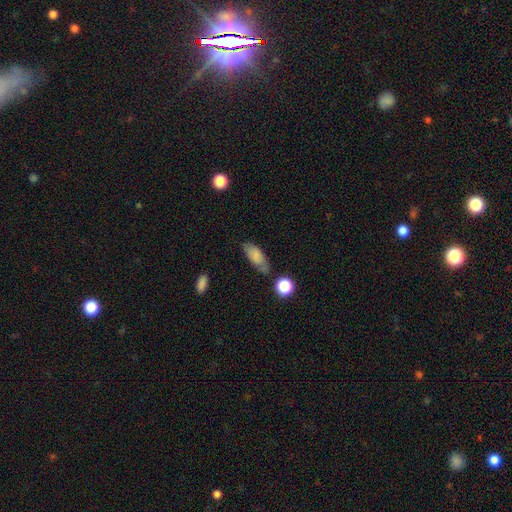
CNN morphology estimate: This is likely a smooth galaxy (78%). How rounded: likely in between (76%). Merging: likely none (60%).